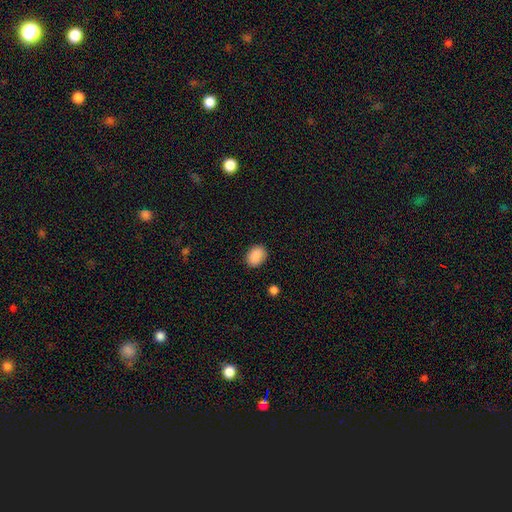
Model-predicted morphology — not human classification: Smooth or featured? Predicted: smooth (p=0.89). How rounded? Predicted: in between (p=0.67). Merging? Predicted: none (p=0.87).